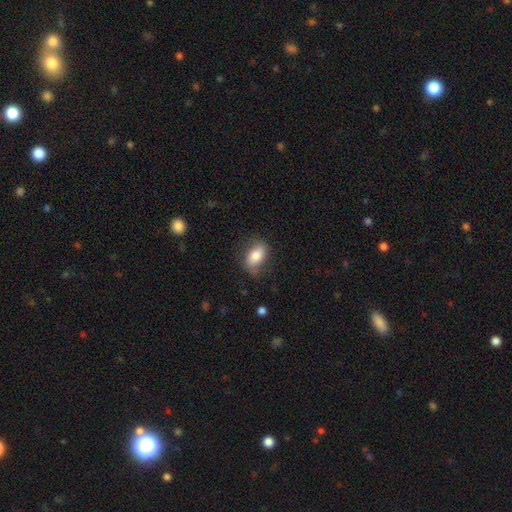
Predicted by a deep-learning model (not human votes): Overall: smooth (76%). How rounded: in between (88%). Merging: none (70%).